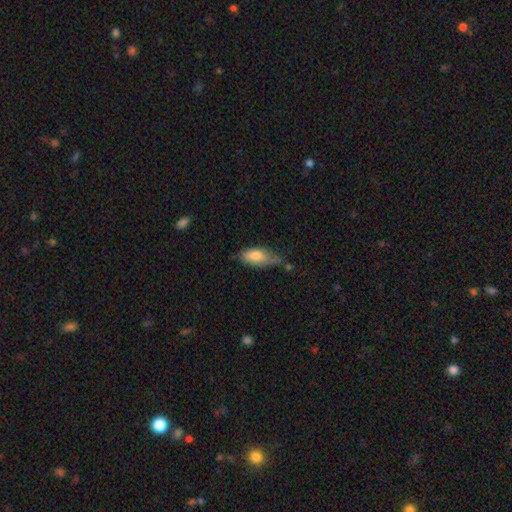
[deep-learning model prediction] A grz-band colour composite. It shows a smooth galaxy with no disk features (81%) that is in between round and cigar-shaped (86%). Merging: minor disturbance (42%).